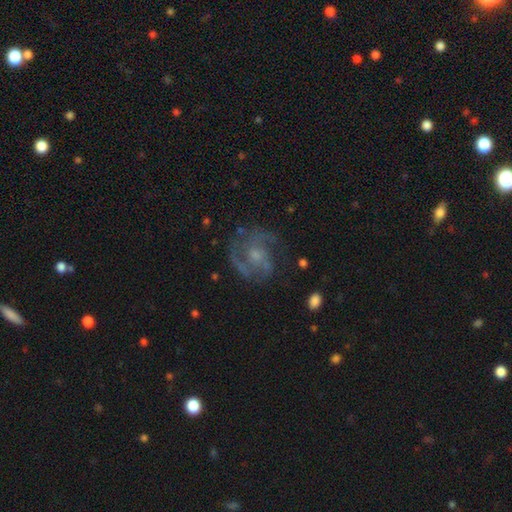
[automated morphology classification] Smooth or featured? featured or disk (80%)
Edge-on disk? no (98%)
Bar? no (64%)
Spiral arms? yes (91%)
Spiral winding? medium (53%)
Spiral arm count? 2 (42%)
Bulge size? small (48%)
Merging? none (66%)